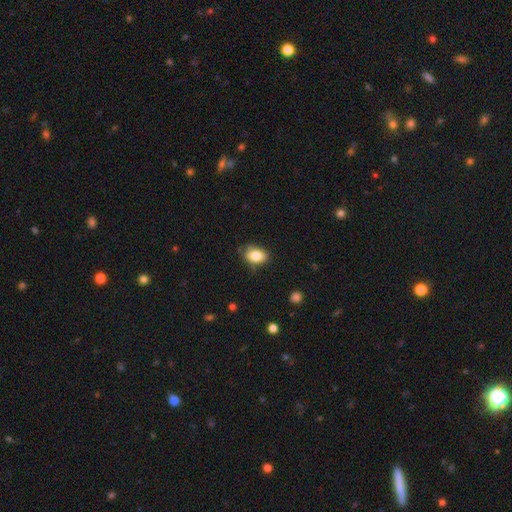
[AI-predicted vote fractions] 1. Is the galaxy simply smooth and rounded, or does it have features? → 83% smooth, 9% star or artifact, 8% featured or disk.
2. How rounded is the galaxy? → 79% in between, 20% round, 1% cigar-shaped.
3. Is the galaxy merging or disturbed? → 73% none, 21% minor disturbance, 4% major disturbance, 2% merger.